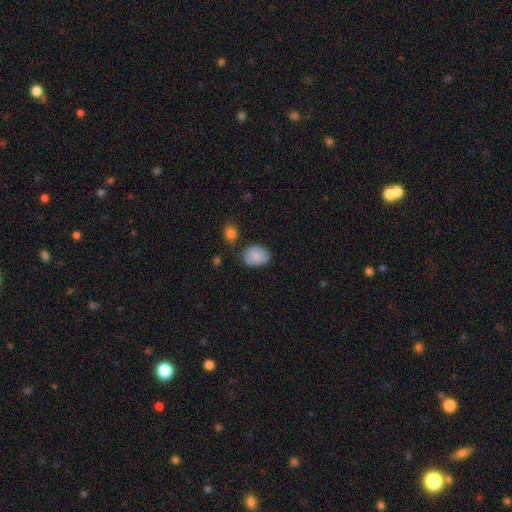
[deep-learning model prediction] This is clearly a smooth galaxy (84%). How rounded: likely in between (71%). Merging: likely none (68%).